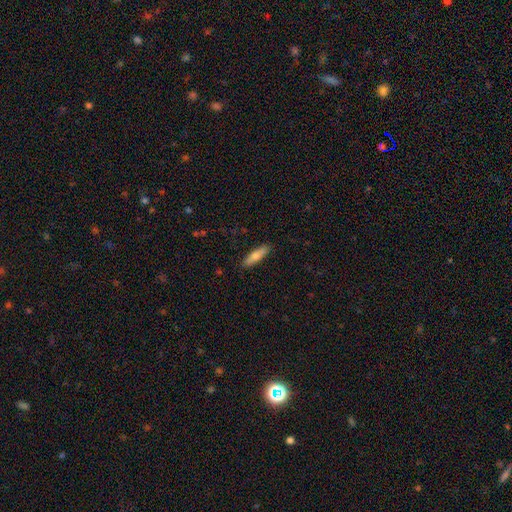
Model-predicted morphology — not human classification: smooth_or_featured: smooth (p=0.69) [alt: featured or disk p=0.25]
how_rounded: cigar-shaped (p=0.69) [alt: in between p=0.29]
merging: none (p=0.89) [alt: minor disturbance p=0.08]